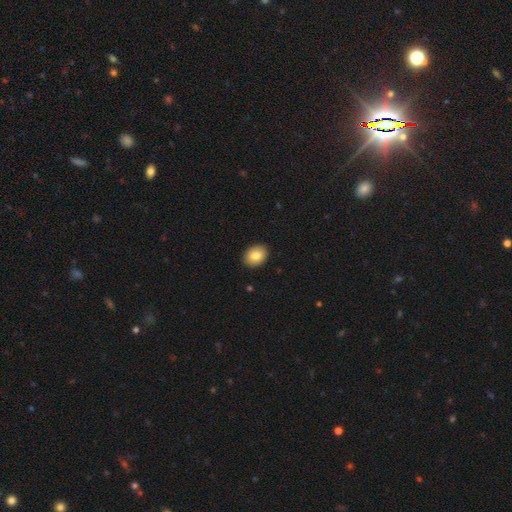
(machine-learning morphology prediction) smooth 82%, featured or disk 10%, star or artifact 8%. Down the decision tree: how rounded — in between (68%); merging — none (91%).